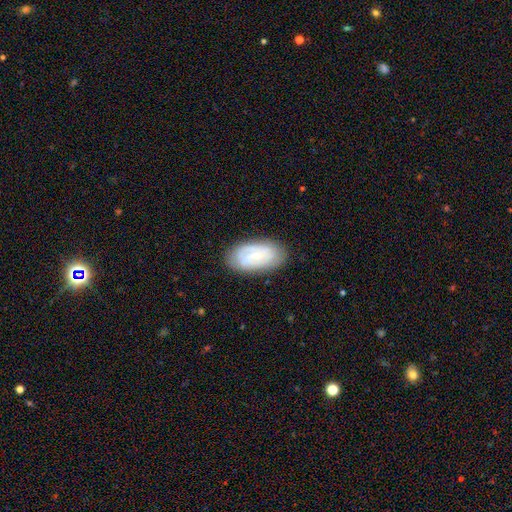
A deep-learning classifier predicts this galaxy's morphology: Smooth or featured: featured or disk — 64% (smooth — 29%)
Edge-on disk: no — 94% (yes — 6%)
Bar: no — 49% (weak — 40%)
Spiral arms: yes — 79% (no — 21%)
Bulge size: small — 73% (moderate — 22%)
Merging: none — 81% (minor disturbance — 14%)